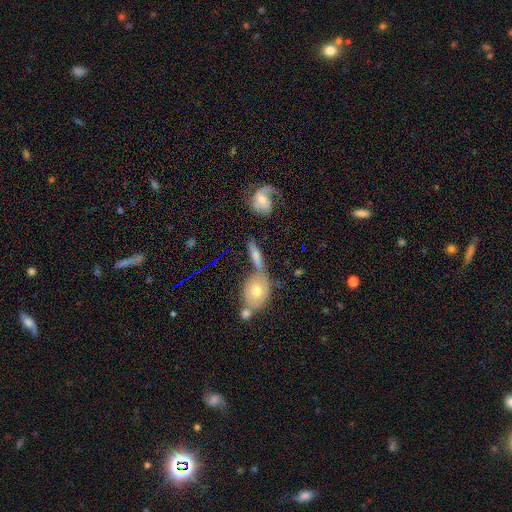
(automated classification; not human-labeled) Q: Smooth or featured?
A: smooth (57%); runner-up: featured or disk (32%)
Q: How rounded?
A: cigar-shaped (49%); runner-up: in between (42%)
Q: Merging?
A: none (47%); runner-up: merger (31%)